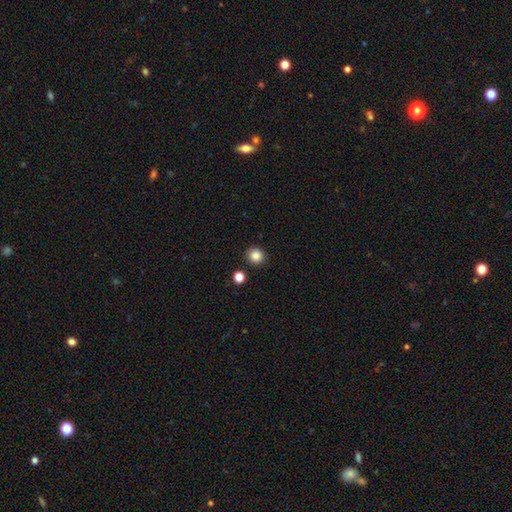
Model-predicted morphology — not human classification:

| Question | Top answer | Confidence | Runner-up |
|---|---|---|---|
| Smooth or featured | smooth | 86% | star or artifact (11%) |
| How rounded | round | 91% | in between (8%) |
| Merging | none | 90% | minor disturbance (5%) |